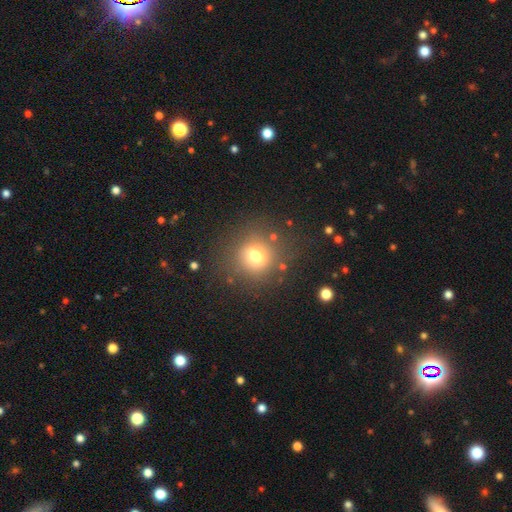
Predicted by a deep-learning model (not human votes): A smooth galaxy with no disk features (70%) that is round (82%).

Vote fractions:
- Smooth or featured? smooth: 70% / star or artifact: 16% / featured or disk: 14%
- How rounded? round: 82% / in between: 17% / cigar-shaped: 1%
- Merging? none: 77% / minor disturbance: 12% / major disturbance: 7% / merger: 4%